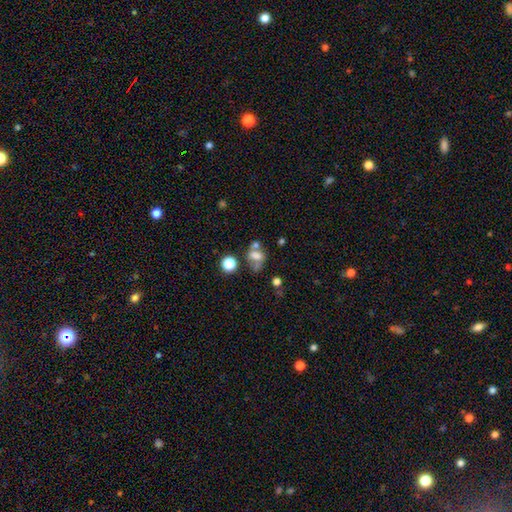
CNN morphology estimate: smooth-or-featured: smooth: 61% | featured or disk: 23% | star or artifact: 16%
  how-rounded: in between: 63% | round: 35% | cigar-shaped: 2%
  merging: none: 35% | merger: 34% | minor disturbance: 17% | major disturbance: 14%